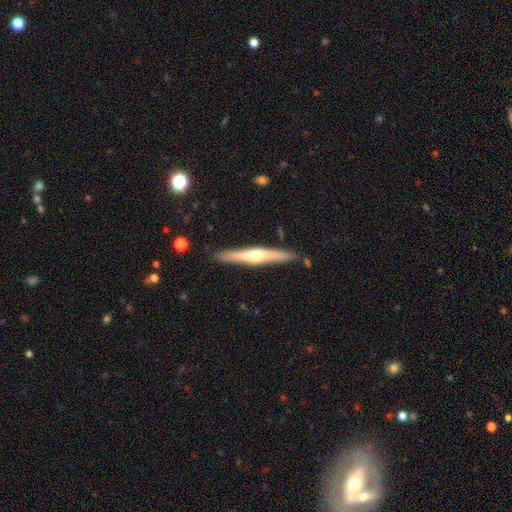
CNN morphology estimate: A featured or disk galaxy (66%) viewed edge-on (96%) with a rounded central bulge (86%). Merging: none (89%).